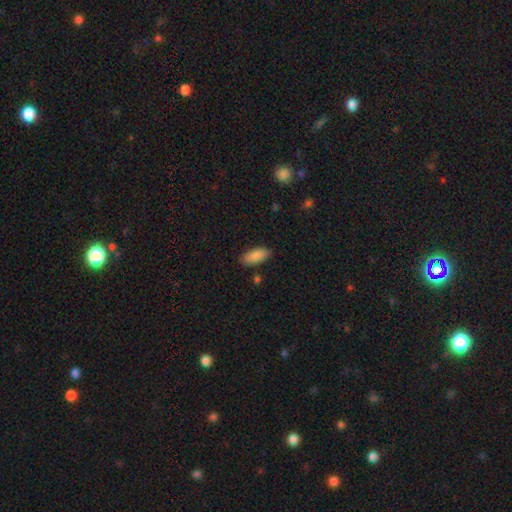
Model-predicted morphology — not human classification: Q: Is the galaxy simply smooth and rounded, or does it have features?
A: smooth — 88%.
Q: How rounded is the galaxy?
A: in between — 85%.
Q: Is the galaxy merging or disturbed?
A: none — 87%.